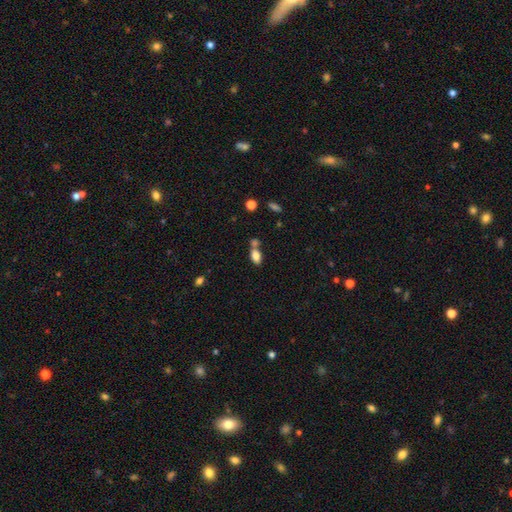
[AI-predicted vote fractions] Q: Smooth or featured?
A: smooth (81%); runner-up: featured or disk (10%)
Q: How rounded?
A: in between (89%); runner-up: round (7%)
Q: Merging?
A: none (48%); runner-up: merger (36%)